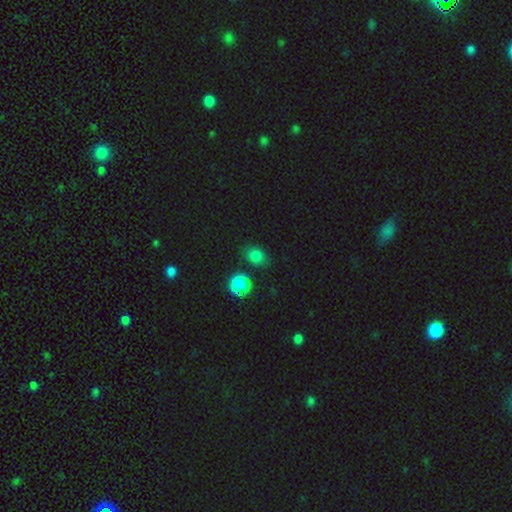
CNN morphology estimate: A smooth galaxy with no disk features (74%) that is in between round and cigar-shaped (50%).

Vote fractions:
- Smooth or featured? smooth: 74% / star or artifact: 21% / featured or disk: 6%
- How rounded? in between: 50% / round: 48% / cigar-shaped: 1%
- Merging? none: 78% / minor disturbance: 14% / merger: 4% / major disturbance: 4%